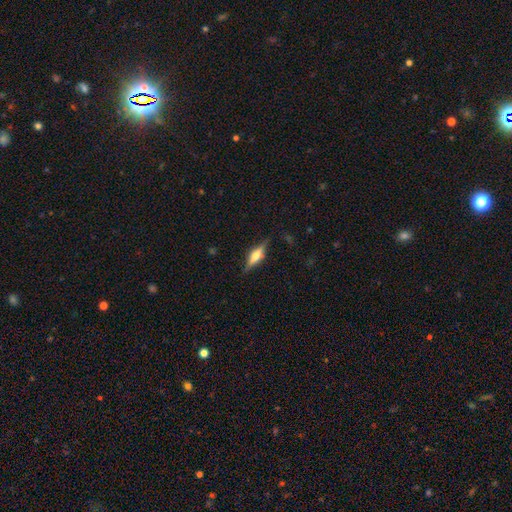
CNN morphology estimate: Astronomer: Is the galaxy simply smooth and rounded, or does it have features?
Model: featured or disk — 60%.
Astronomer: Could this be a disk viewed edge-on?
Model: yes — 95%.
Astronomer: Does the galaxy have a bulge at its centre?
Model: rounded — 80%.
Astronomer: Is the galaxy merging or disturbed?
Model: none — 82%.